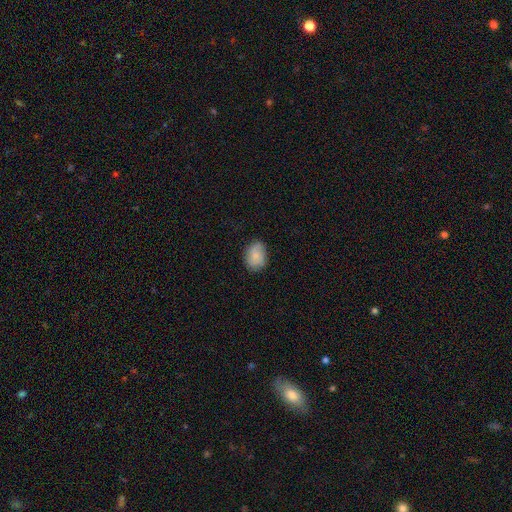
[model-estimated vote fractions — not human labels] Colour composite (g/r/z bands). It shows a smooth galaxy with no disk features (77%) that is in between round and cigar-shaped (68%). Merging: none (73%).